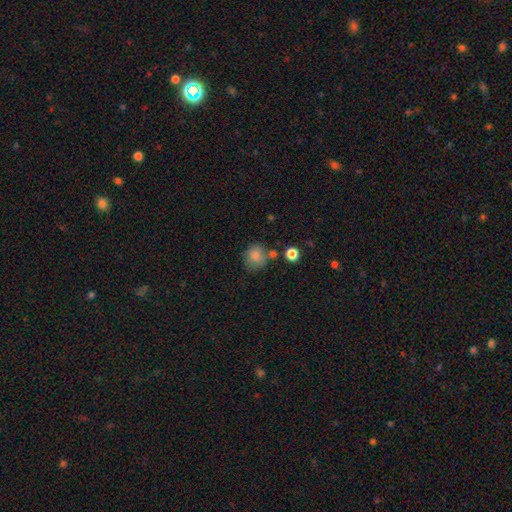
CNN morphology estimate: smooth 82%, star or artifact 10%, featured or disk 8%. Down the decision tree: how rounded — round (78%); merging — none (60%).